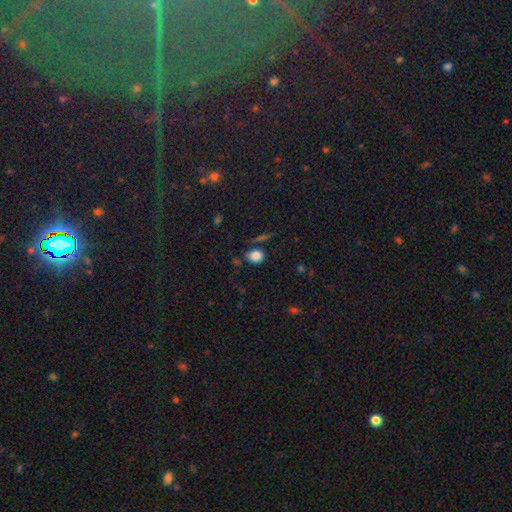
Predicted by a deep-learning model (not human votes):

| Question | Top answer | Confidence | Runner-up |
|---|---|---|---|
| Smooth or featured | smooth | 82% | star or artifact (13%) |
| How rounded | round | 67% | in between (31%) |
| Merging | none | 73% | minor disturbance (15%) |